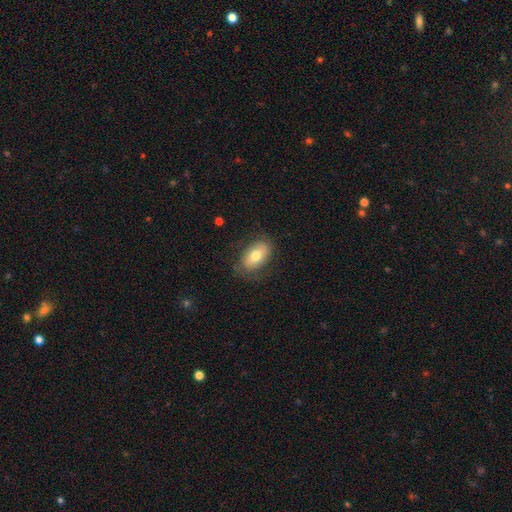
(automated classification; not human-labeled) smooth-or-featured: smooth: 71% | featured or disk: 22% | star or artifact: 7%
  how-rounded: in between: 90% | round: 8% | cigar-shaped: 2%
  merging: none: 76% | minor disturbance: 17% | major disturbance: 6% | merger: 1%